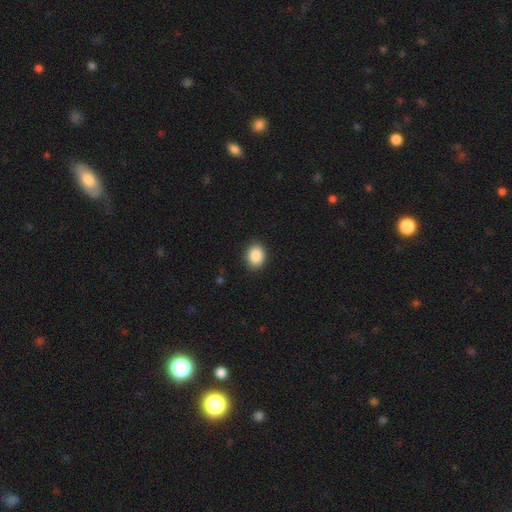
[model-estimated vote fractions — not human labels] This appears to be a smooth galaxy with no disk features (89%) that is in between round and cigar-shaped (50%). Merging: none (89%).